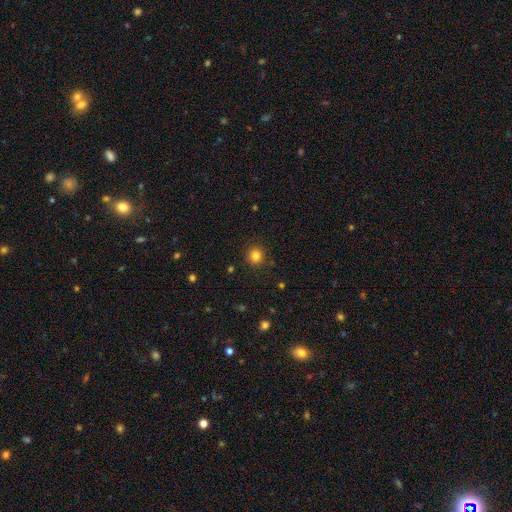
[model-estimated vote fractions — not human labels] Morphology: type=smooth (82%); roundness=round (90%); merging=none (89%).